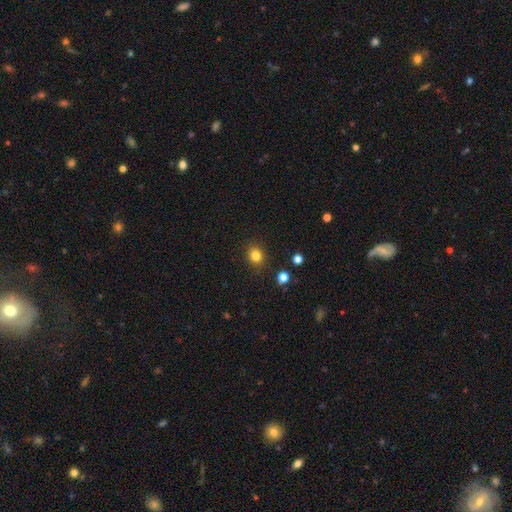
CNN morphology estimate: type=smooth (82%); roundness=round (77%); merging=none (88%).